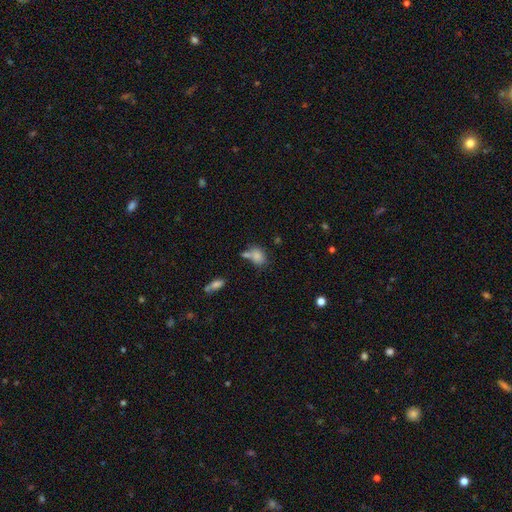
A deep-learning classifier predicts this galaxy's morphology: Smooth or featured?
  - smooth: 79% *
  - star or artifact: 11%
  - featured or disk: 10%
How rounded?
  - in between: 66% *
  - round: 32%
  - cigar-shaped: 2%
Merging?
  - none: 43% *
  - merger: 32%
  - minor disturbance: 17%
  - major disturbance: 8%